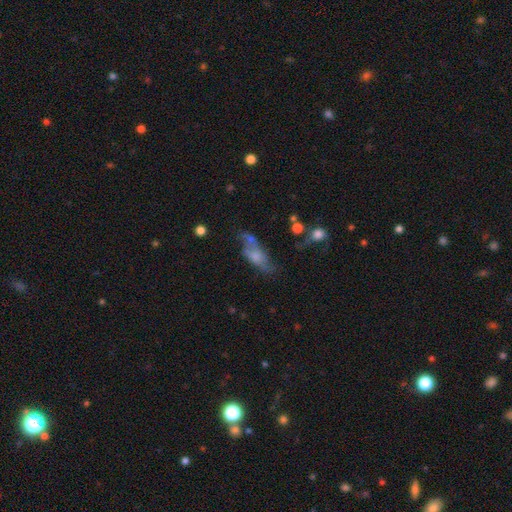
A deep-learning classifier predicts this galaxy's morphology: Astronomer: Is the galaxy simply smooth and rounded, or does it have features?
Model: smooth — 48% (runner-up: featured or disk, 42%).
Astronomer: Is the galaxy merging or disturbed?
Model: none — 36% (runner-up: minor disturbance, 26%).